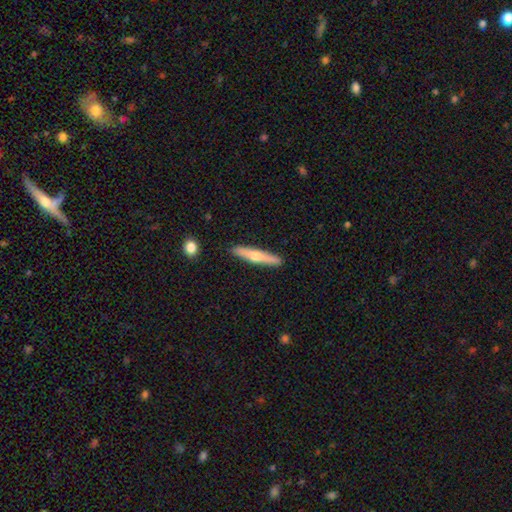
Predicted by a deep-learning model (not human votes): The model was most divided on "smooth or featured": featured or disk: 56%, smooth: 39%, star or artifact: 6%. More confident: edge-on disk — yes (95%); merging — none (91%); edge-on bulge — rounded (89%).